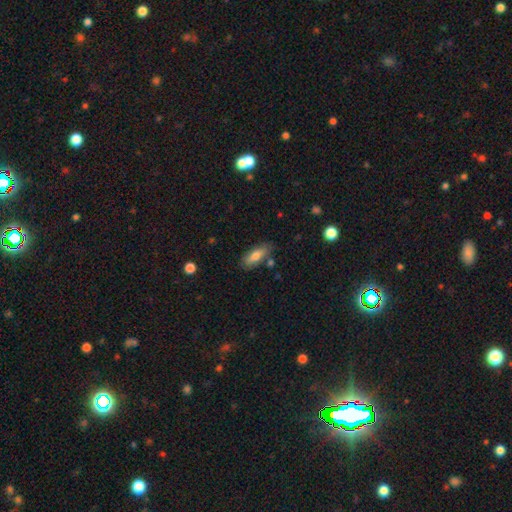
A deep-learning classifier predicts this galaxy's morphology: Smooth or featured: smooth — 72% (featured or disk — 21%)
How rounded: in between — 71% (cigar-shaped — 26%)
Merging: none — 76% (minor disturbance — 16%)